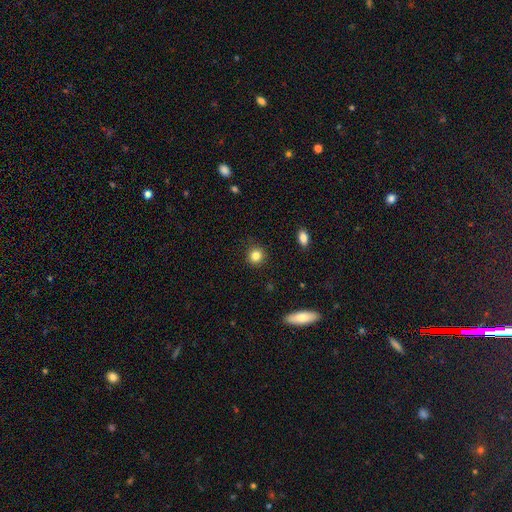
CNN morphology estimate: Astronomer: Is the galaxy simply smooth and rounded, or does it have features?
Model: smooth — 84%.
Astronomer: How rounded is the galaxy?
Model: round — 90%.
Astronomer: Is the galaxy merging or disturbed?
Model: none — 89%.